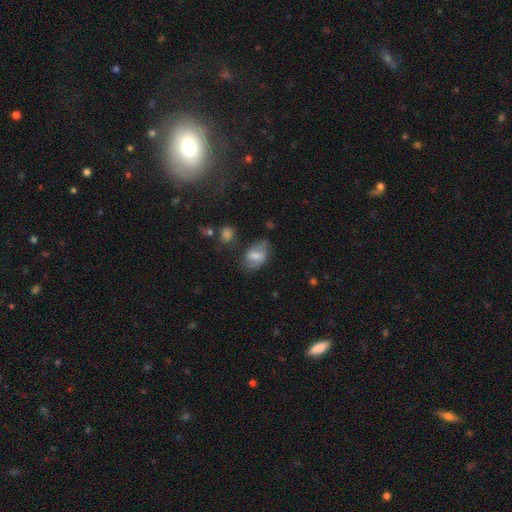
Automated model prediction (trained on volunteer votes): This is likely a smooth galaxy (63%). How rounded: clearly in between (83%). Merging: possibly none (56%).